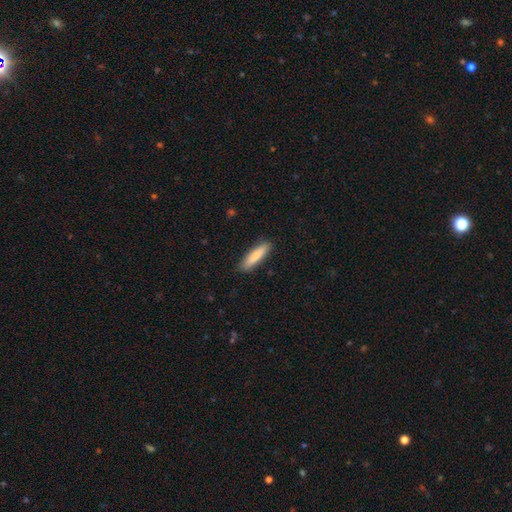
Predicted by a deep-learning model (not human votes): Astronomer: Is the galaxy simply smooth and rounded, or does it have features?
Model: smooth — 84%.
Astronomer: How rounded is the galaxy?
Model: cigar-shaped — 76%.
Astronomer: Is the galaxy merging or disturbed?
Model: none — 88%.